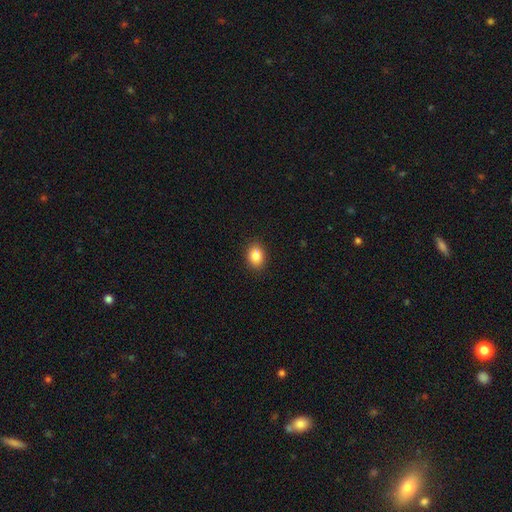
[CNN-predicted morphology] A smooth galaxy with no disk features (85%) that is in between round and cigar-shaped (70%).

Vote fractions:
- Smooth or featured? smooth: 85% / star or artifact: 9% / featured or disk: 6%
- How rounded? in between: 70% / round: 29% / cigar-shaped: 1%
- Merging? none: 89% / minor disturbance: 8% / major disturbance: 2% / merger: 1%